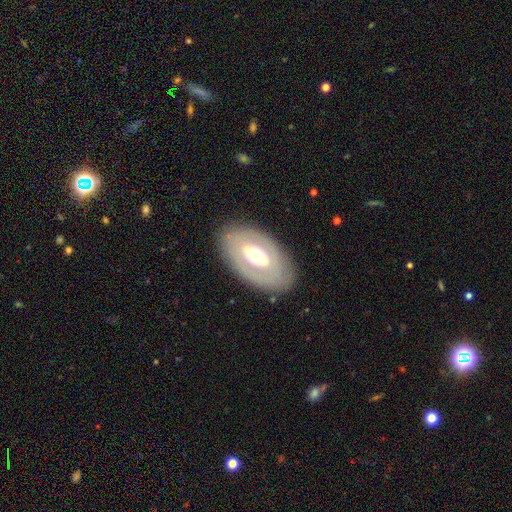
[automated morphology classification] smooth-or-featured: featured or disk: 58% | smooth: 36% | star or artifact: 6%
  disk-edge-on: no: 88% | yes: 12%
    bar: no: 48% | weak: 30% | strong: 22%
    has-spiral-arms: no: 83% | yes: 17%
    bulge-size: moderate: 66% | large: 19% | small: 12% | dominant: 2% | none: 1%
  merging: none: 82% | minor disturbance: 12% | major disturbance: 5% | merger: 1%